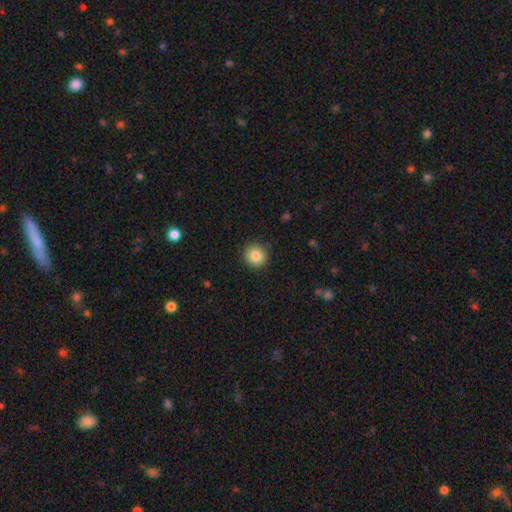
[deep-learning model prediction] Overall: smooth (84%). How rounded: round (93%). Merging: none (90%).